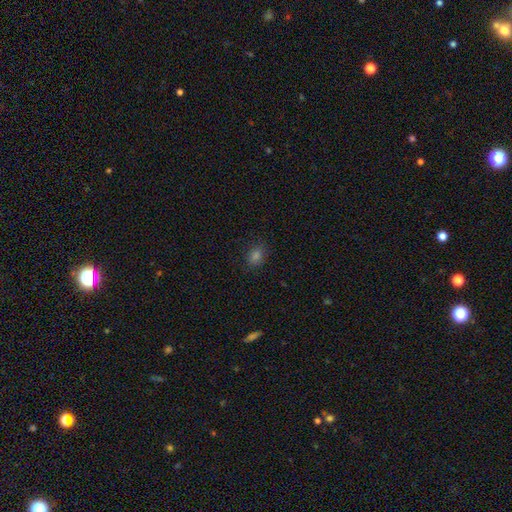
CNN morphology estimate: smooth 75%, star or artifact 20%, featured or disk 6%. Down the decision tree: how rounded — in between (58%); merging — none (84%).